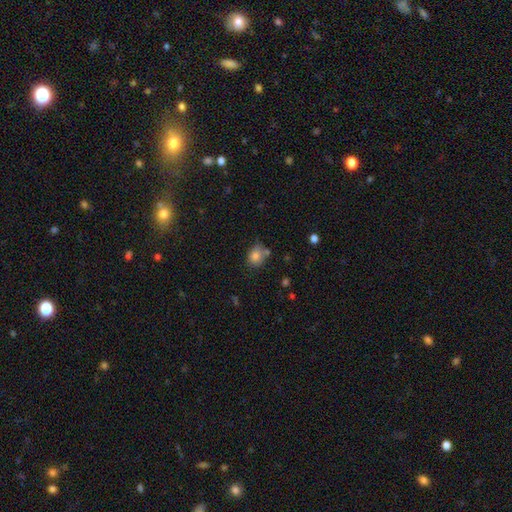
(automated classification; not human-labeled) A smooth galaxy with no disk features (81%) that is round (51%). Merging: none (59%).